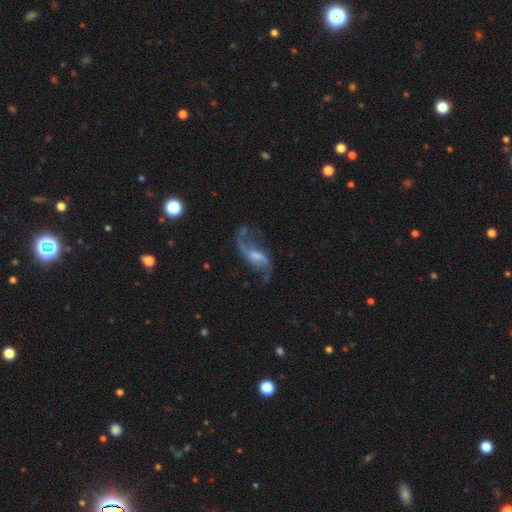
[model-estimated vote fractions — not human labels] This is clearly a featured or disk galaxy (82%). It is clearly not viewed edge-on (93%). Bar: possibly weak (48%). Spiral arm pattern: clearly yes (92%). Spiral arm count: clearly 2 (87%). Spiral winding: clearly loose (83%). Central bulge: marginally moderate (40%). Merging: possibly none (56%).